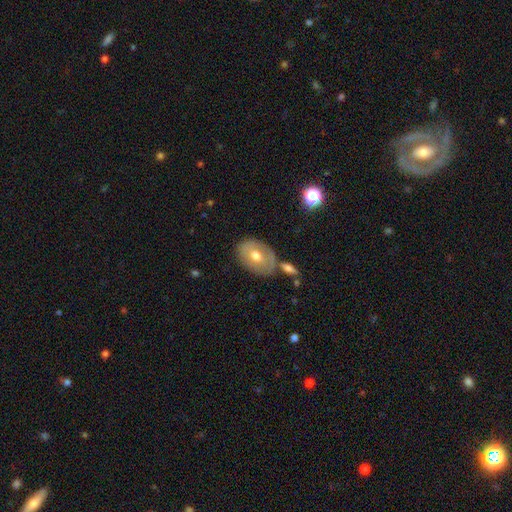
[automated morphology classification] This appears to be a smooth galaxy with no disk features (48%). Merging: none (68%).